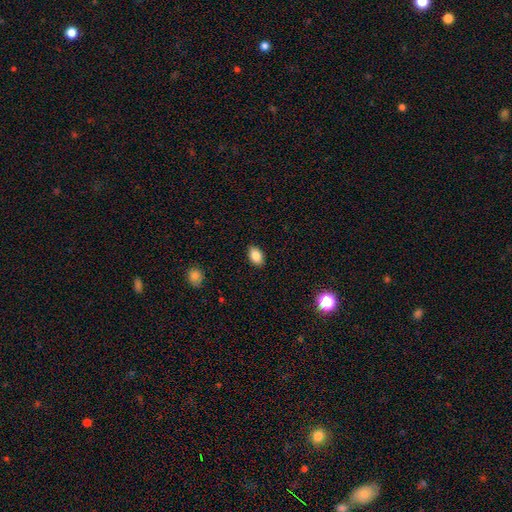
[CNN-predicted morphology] Smooth or featured? smooth (86%)
How rounded? in between (89%)
Merging? none (89%)